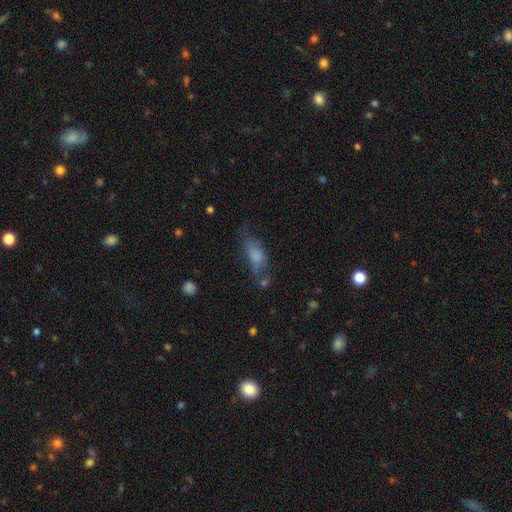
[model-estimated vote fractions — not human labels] A smooth galaxy with no disk features (69%) that is in between round and cigar-shaped (75%). Merging: none (39%).